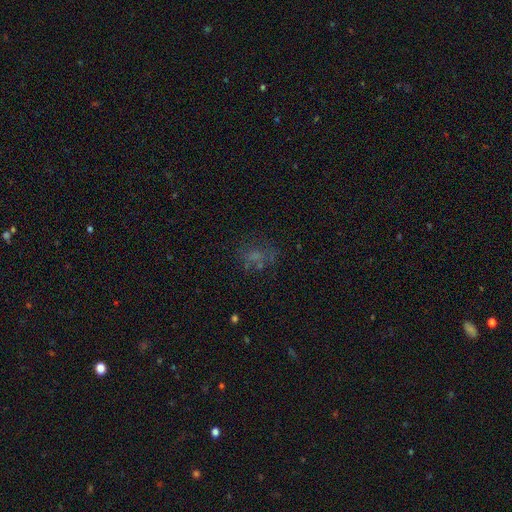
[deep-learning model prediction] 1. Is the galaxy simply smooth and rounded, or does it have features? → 43% smooth, 30% star or artifact, 27% featured or disk.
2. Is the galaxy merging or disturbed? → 56% none, 20% major disturbance, 18% minor disturbance, 6% merger.